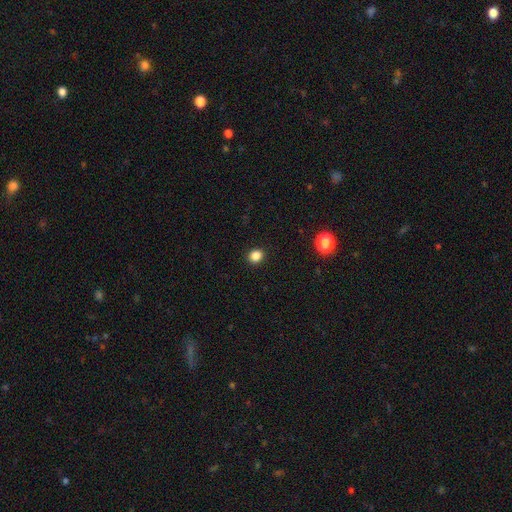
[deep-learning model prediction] Morphology: type=smooth (85%); roundness=round (76%); merging=none (92%).